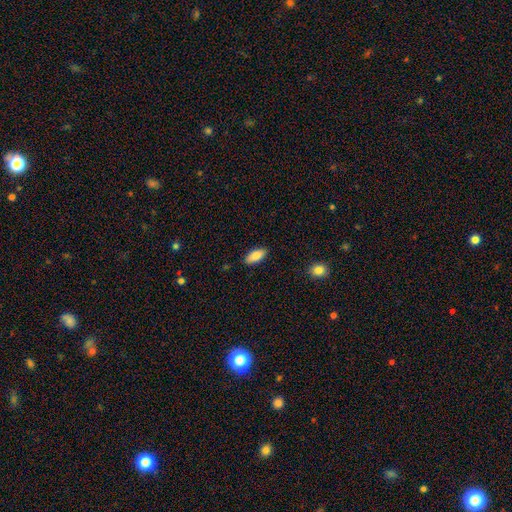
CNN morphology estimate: type=smooth (84%); roundness=in between (87%); merging=none (88%).